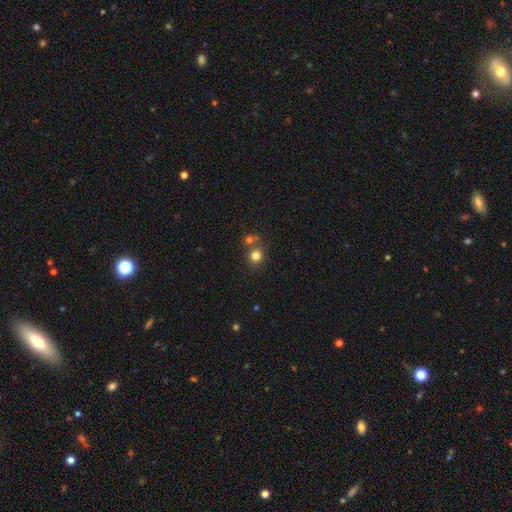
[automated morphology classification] Smooth or featured?
  - smooth: 79% *
  - star or artifact: 14%
  - featured or disk: 7%
How rounded?
  - round: 83% *
  - in between: 16%
  - cigar-shaped: 1%
Merging?
  - none: 63% *
  - merger: 25%
  - minor disturbance: 9%
  - major disturbance: 3%